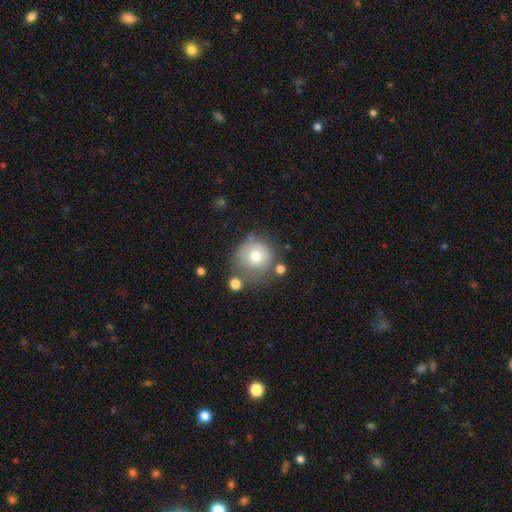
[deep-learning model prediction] This is likely a smooth galaxy (68%). How rounded: clearly round (91%). Merging: possibly none (56%).